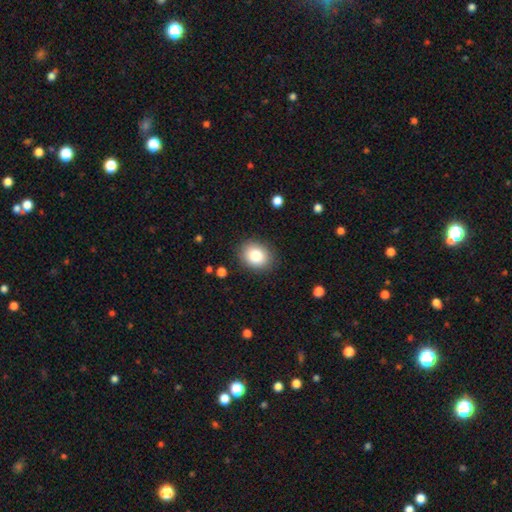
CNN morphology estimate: Smooth or featured? smooth (85%)
How rounded? in between (50%)
Merging? none (87%)